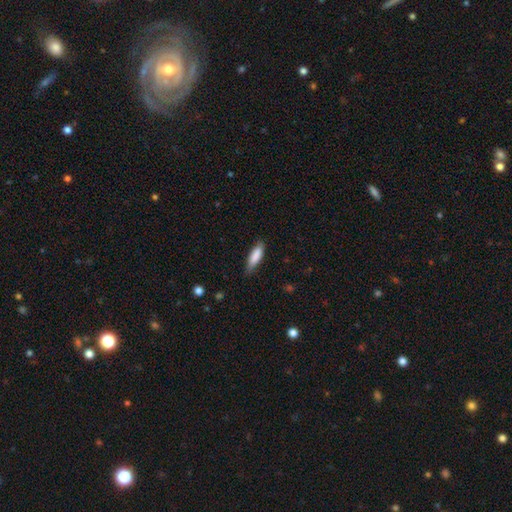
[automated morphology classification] The model was most divided on "how rounded": cigar-shaped: 54%, in between: 44%, round: 1%. More confident: smooth or featured — smooth (85%); merging — none (75%).